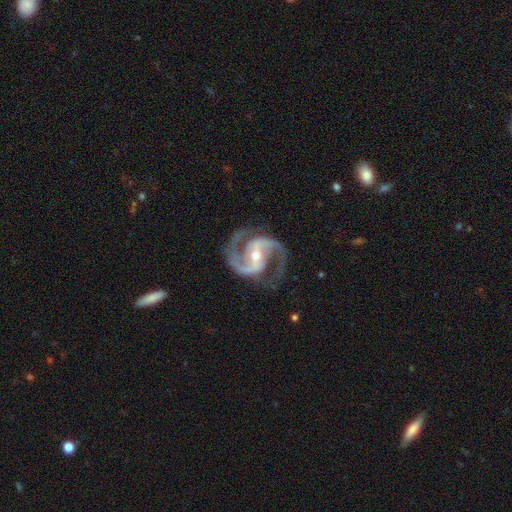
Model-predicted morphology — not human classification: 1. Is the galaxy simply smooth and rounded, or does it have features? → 94% featured or disk, 4% star or artifact, 2% smooth.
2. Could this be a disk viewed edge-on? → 98% no, 2% yes.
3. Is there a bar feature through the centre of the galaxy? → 47% strong, 35% weak, 18% no.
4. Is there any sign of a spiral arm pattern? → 99% yes, 1% no.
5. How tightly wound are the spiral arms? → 68% medium, 18% tight, 14% loose.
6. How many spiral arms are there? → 94% 2, 2% 3, 1% can't tell, 1% 1, 1% 4, 1% more than 4.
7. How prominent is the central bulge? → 53% small, 43% moderate, 2% large, 1% none, 1% dominant.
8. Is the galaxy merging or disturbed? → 80% none, 13% minor disturbance, 6% major disturbance, 1% merger.